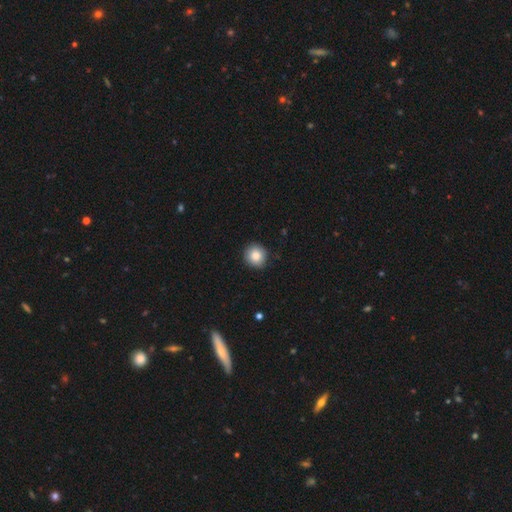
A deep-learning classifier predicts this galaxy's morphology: Smooth or featured? Predicted: smooth (p=0.86). How rounded? Predicted: round (p=0.88). Merging? Predicted: none (p=0.88).